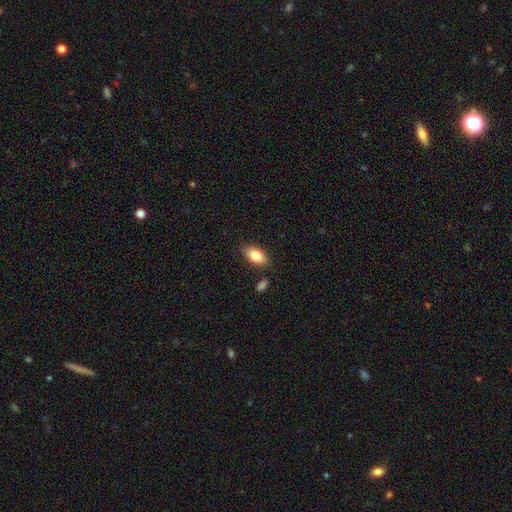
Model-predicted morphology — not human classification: A smooth galaxy with no disk features (82%) that is in between round and cigar-shaped (89%). Merging: none (82%).